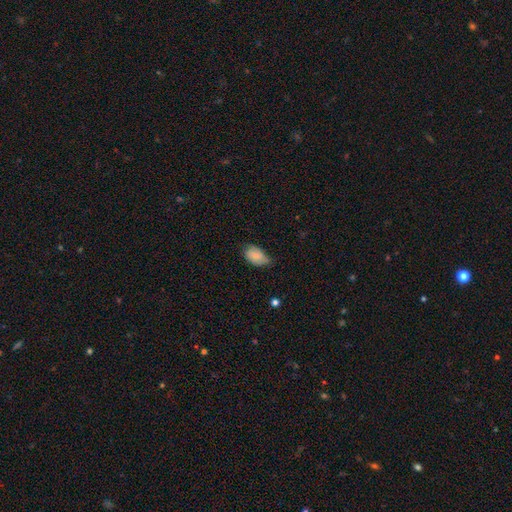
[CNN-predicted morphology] smooth-or-featured: smooth: 77% | featured or disk: 15% | star or artifact: 7%
  how-rounded: in between: 89% | round: 9% | cigar-shaped: 1%
  merging: none: 47% | minor disturbance: 42% | major disturbance: 9% | merger: 2%